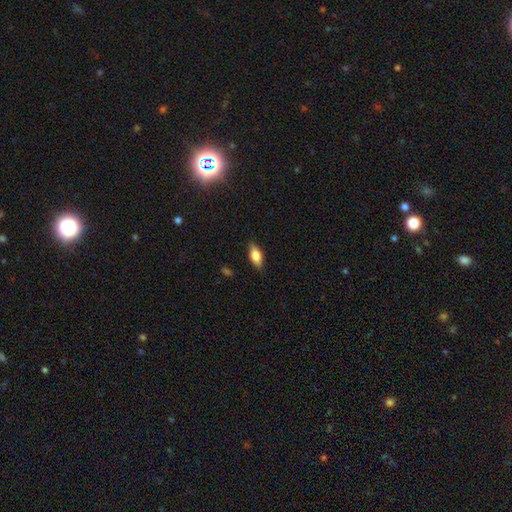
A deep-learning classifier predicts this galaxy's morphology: smooth_or_featured: smooth (p=0.72) [alt: featured or disk p=0.21]
how_rounded: in between (p=0.83) [alt: cigar-shaped p=0.13]
merging: none (p=0.84) [alt: minor disturbance p=0.13]